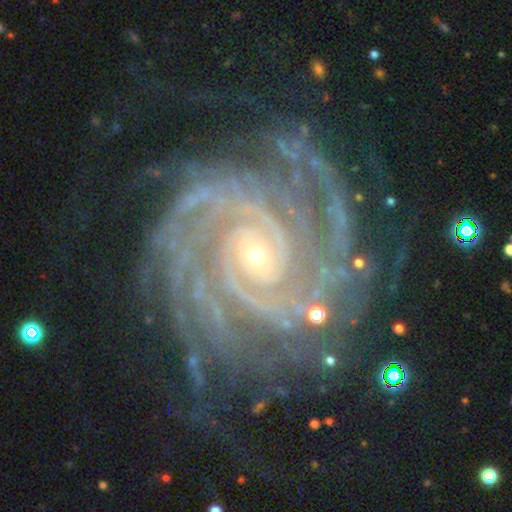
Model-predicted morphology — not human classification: Overall: featured or disk (92%). Edge-on disk: no (98%). Bar: no (65%). Spiral arms: yes (99%). Spiral arm count: 2 (23%; 4 19%). Spiral winding: tight (81%). Bulge size: small (78%). Merging: none (72%).